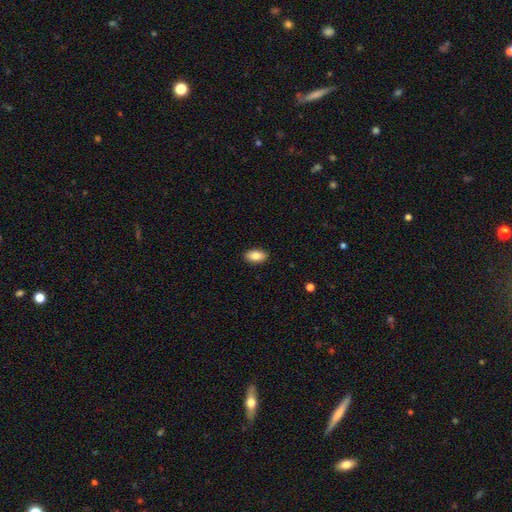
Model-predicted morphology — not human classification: Smooth or featured?
  - smooth: 84% *
  - featured or disk: 9%
  - star or artifact: 7%
How rounded?
  - in between: 92% *
  - round: 4%
  - cigar-shaped: 4%
Merging?
  - none: 90% *
  - minor disturbance: 7%
  - major disturbance: 2%
  - merger: 1%